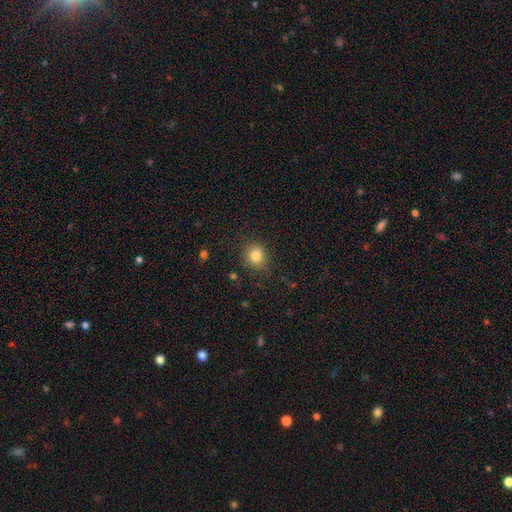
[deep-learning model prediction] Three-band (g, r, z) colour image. It shows a smooth galaxy with no disk features (82%) that is round (77%). Merging: none (82%).